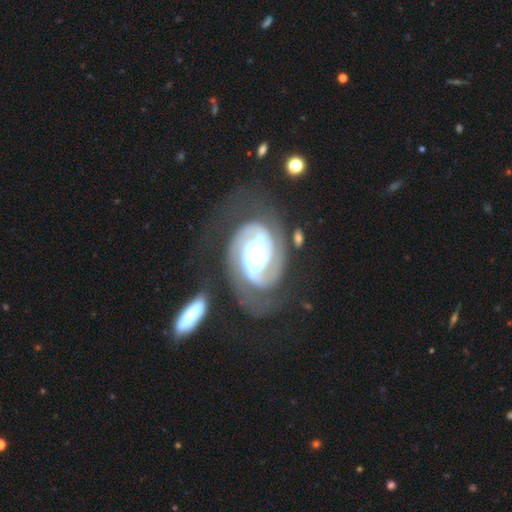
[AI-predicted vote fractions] smooth-or-featured: featured or disk: 89% | smooth: 6% | star or artifact: 5%
  disk-edge-on: no: 97% | yes: 3%
    bar: no: 65% | weak: 23% | strong: 12%
    has-spiral-arms: yes: 96% | no: 4%
      spiral-winding: tight: 59% | medium: 32% | loose: 8%
      spiral-arm-count: 2: 59% | 3: 15% | can't tell: 15% | 1: 5% | 4: 4% | more than 4: 3%
    bulge-size: small: 55% | moderate: 36% | large: 6% | none: 2% | dominant: 2%
  merging: none: 46% | major disturbance: 24% | minor disturbance: 19% | merger: 11%